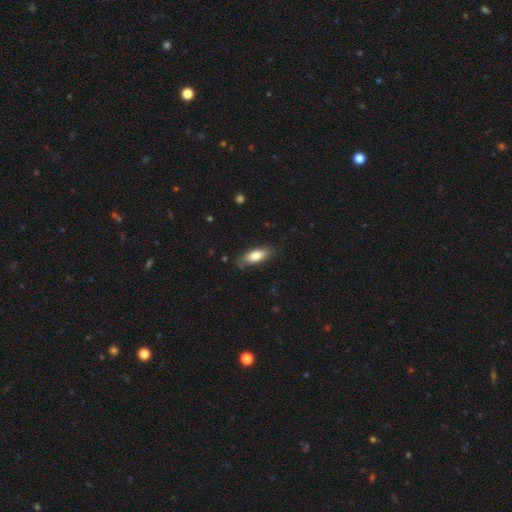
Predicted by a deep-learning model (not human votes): Morphology: type=smooth (77%); roundness=in between (74%); merging=none (79%).